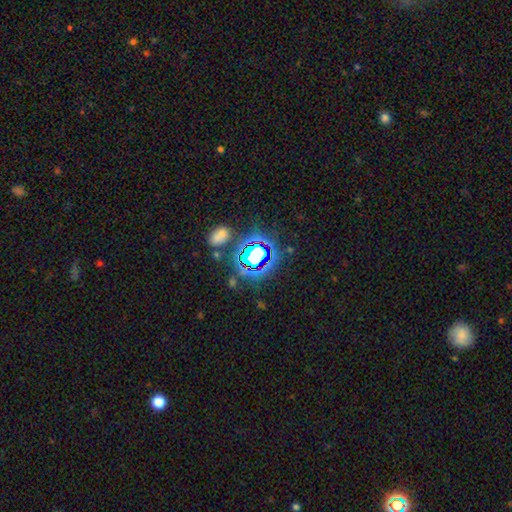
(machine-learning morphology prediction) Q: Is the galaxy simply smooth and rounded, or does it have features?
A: star or artifact — 68%.